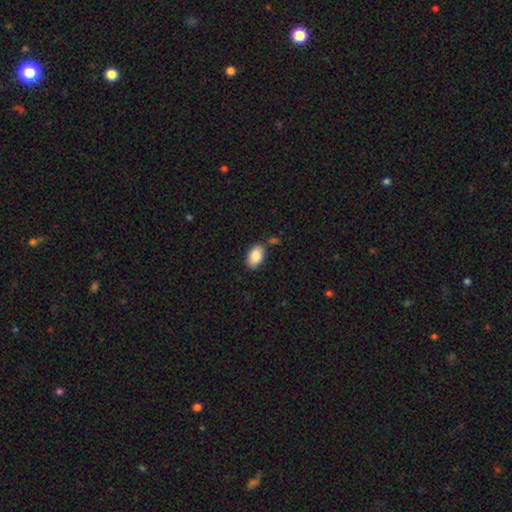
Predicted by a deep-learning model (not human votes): Smooth or featured?
  - smooth: 86% *
  - featured or disk: 7%
  - star or artifact: 7%
How rounded?
  - in between: 91% *
  - round: 7%
  - cigar-shaped: 1%
Merging?
  - none: 77% *
  - minor disturbance: 14%
  - merger: 6%
  - major disturbance: 3%